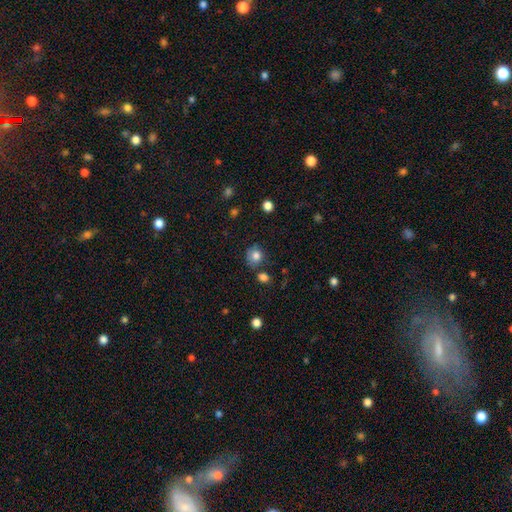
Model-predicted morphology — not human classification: Smooth or featured? smooth (82%)
How rounded? round (79%)
Merging? none (69%)